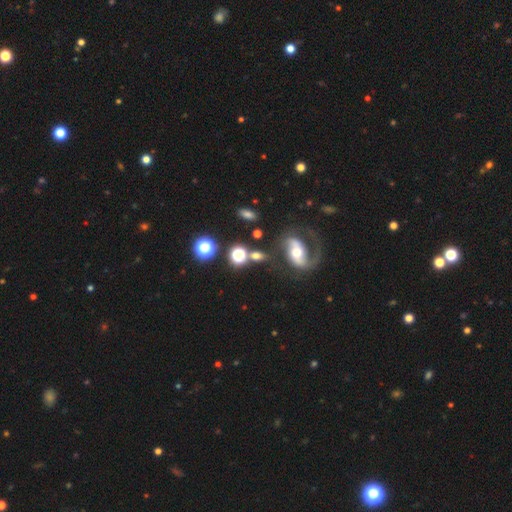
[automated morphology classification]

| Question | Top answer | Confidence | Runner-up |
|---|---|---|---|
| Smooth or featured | smooth | 47% | featured or disk (32%) |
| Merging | none | 58% | merger (16%) |